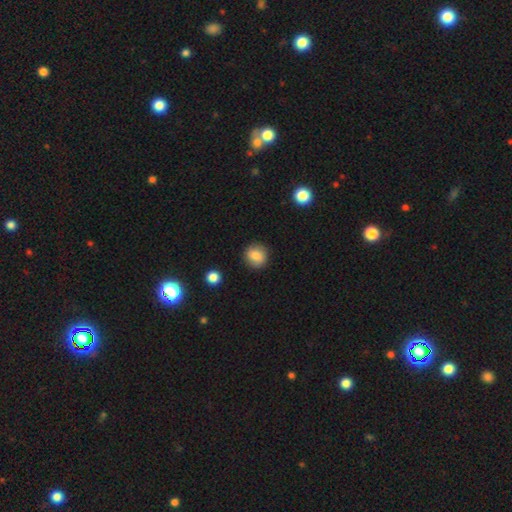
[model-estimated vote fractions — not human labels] Smooth or featured: smooth — 84% (star or artifact — 9%)
How rounded: round — 86% (in between — 13%)
Merging: none — 88% (minor disturbance — 8%)